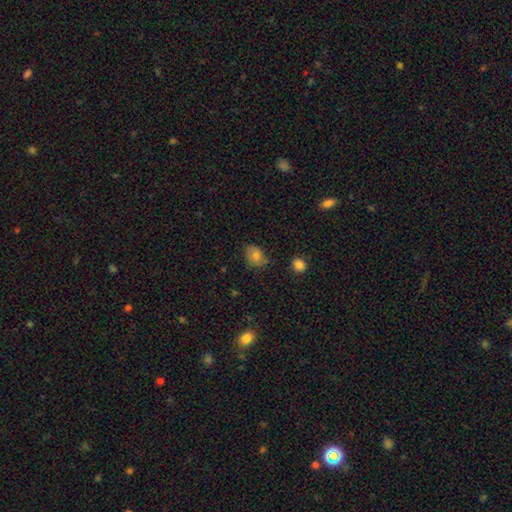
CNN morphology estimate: A smooth galaxy with no disk features (69%) that is in between round and cigar-shaped (60%).

Vote fractions:
- Smooth or featured? smooth: 69% / featured or disk: 19% / star or artifact: 13%
- How rounded? in between: 60% / round: 38% / cigar-shaped: 1%
- Merging? none: 66% / minor disturbance: 26% / major disturbance: 6% / merger: 2%